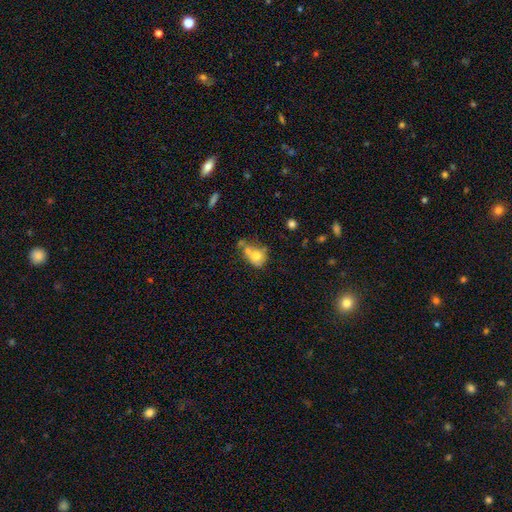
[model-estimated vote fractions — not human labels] Smooth or featured? smooth (68%)
How rounded? round (50%)
Merging? merger (36%)